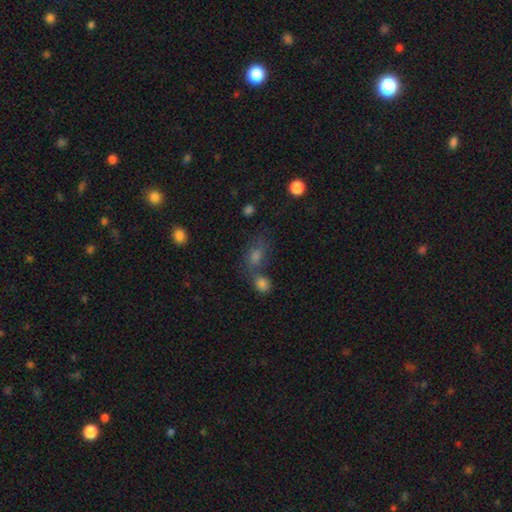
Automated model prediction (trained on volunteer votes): Smooth or featured? smooth (63%)
How rounded? in between (65%)
Merging? none (43%)